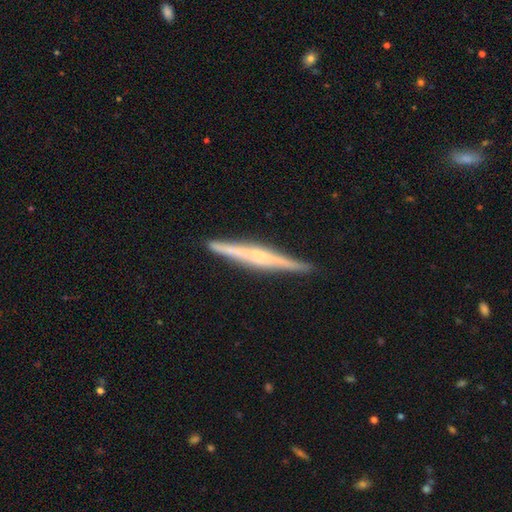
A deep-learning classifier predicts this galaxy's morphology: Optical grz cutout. It shows a featured or disk galaxy (77%) viewed edge-on (98%) with a rounded central bulge (54%). Merging: none (91%).